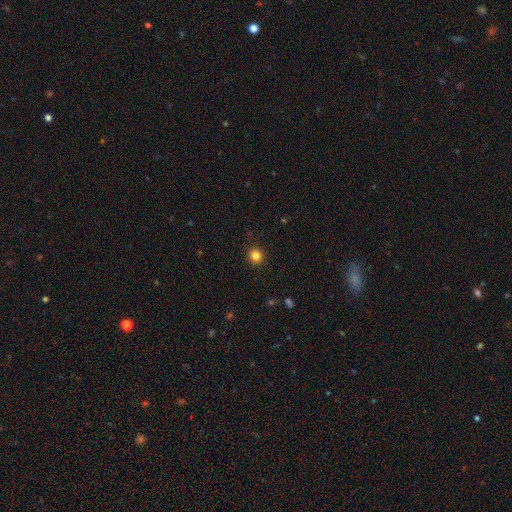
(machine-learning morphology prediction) smooth_or_featured: smooth (p=0.83) [alt: star or artifact p=0.12]
how_rounded: round (p=0.89) [alt: in between p=0.10]
merging: none (p=0.92) [alt: minor disturbance p=0.05]